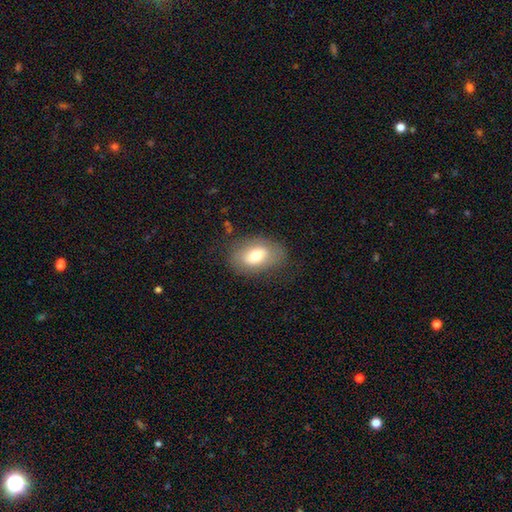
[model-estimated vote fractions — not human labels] smooth_or_featured: smooth (p=0.67) [alt: featured or disk p=0.25]
how_rounded: in between (p=0.87) [alt: round p=0.12]
merging: none (p=0.76) [alt: minor disturbance p=0.17]